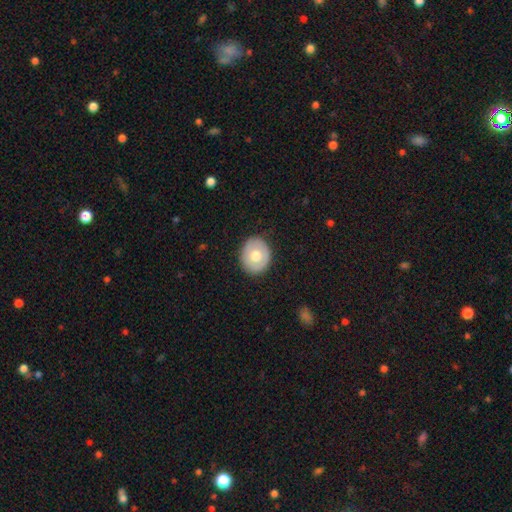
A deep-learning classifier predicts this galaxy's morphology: The model was most divided on "smooth or featured": smooth: 61%, featured or disk: 32%, star or artifact: 6%. More confident: merging — none (87%); how rounded — round (67%).